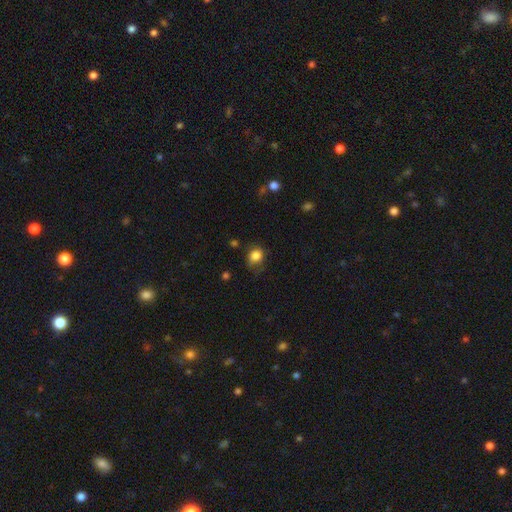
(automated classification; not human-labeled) Overall: smooth (83%). How rounded: round (59%; in between 40%). Merging: none (60%; minor disturbance 28%).